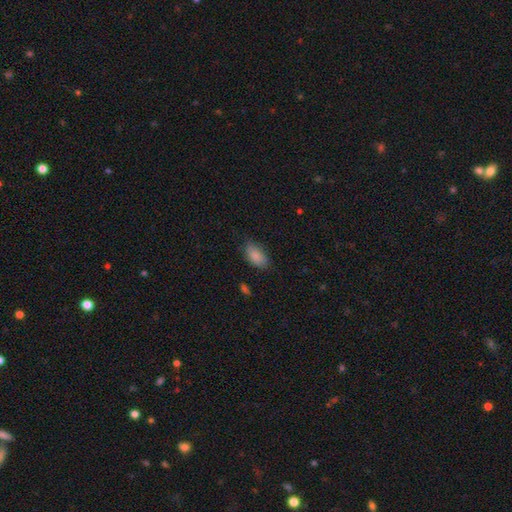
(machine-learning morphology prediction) Smooth or featured? smooth (87%)
How rounded? in between (93%)
Merging? none (72%)